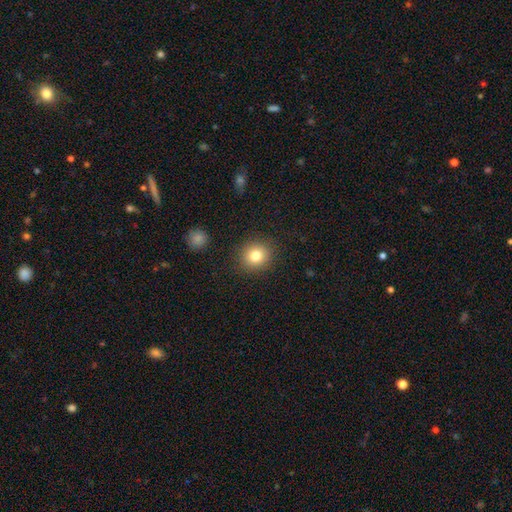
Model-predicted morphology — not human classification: type=smooth (81%); roundness=round (85%); merging=none (89%).